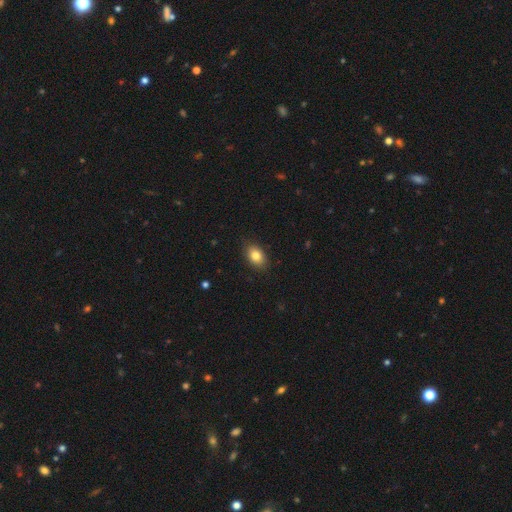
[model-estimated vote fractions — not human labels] smooth 84%, star or artifact 8%, featured or disk 8%. Down the decision tree: how rounded — in between (84%); merging — none (88%).